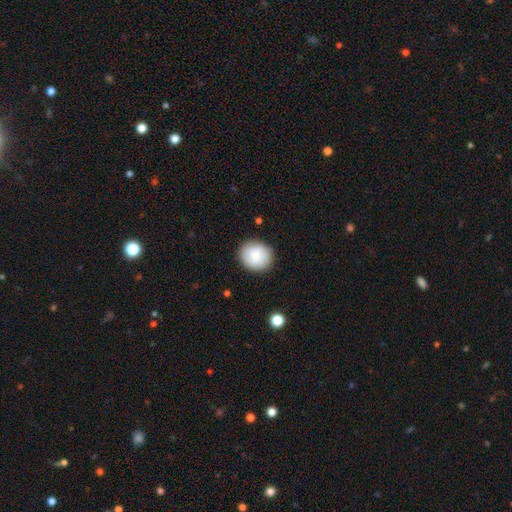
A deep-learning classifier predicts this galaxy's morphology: Smooth or featured? Predicted: smooth (p=0.85). How rounded? Predicted: round (p=0.79). Merging? Predicted: none (p=0.87).